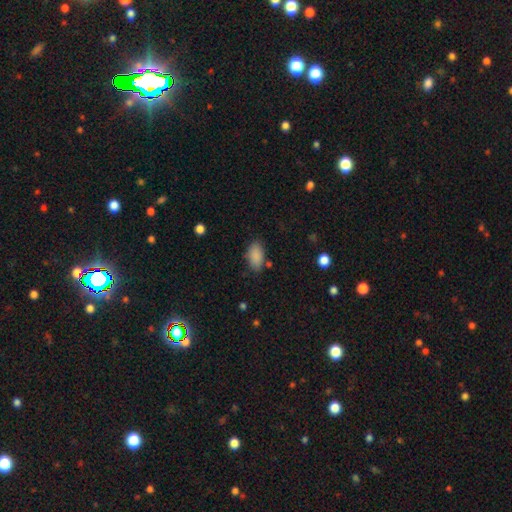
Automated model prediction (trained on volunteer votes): The model was most divided on "merging": none: 78%, minor disturbance: 14%, major disturbance: 4%, merger: 3%. More confident: how rounded — in between (93%); smooth or featured — smooth (88%).